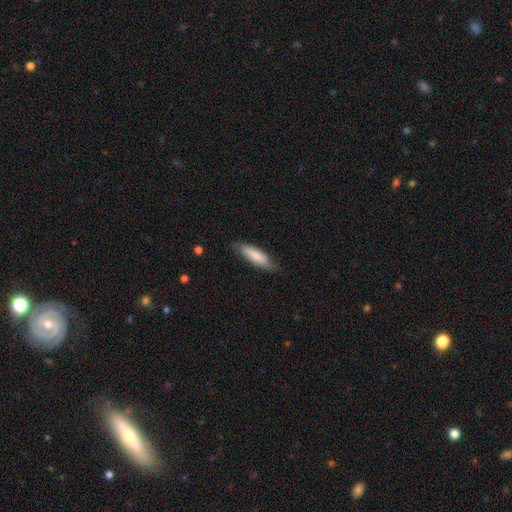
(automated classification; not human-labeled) The model was most divided on "how rounded": cigar-shaped: 61%, in between: 38%, round: 1%. More confident: merging — none (78%); smooth or featured — smooth (76%).